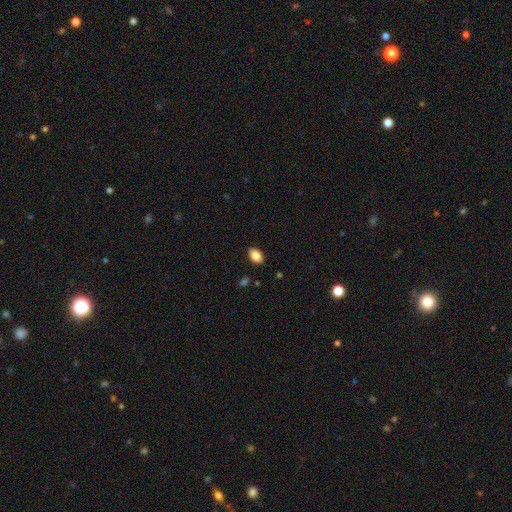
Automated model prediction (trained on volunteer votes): Overall: smooth (86%). How rounded: in between (86%). Merging: none (88%).